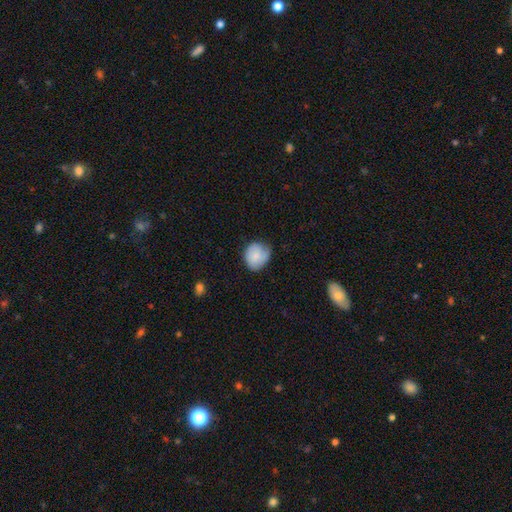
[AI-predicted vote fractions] Smooth or featured?
  - smooth: 79% *
  - featured or disk: 15%
  - star or artifact: 7%
How rounded?
  - round: 72% *
  - in between: 27%
  - cigar-shaped: 1%
Merging?
  - none: 56% *
  - minor disturbance: 34%
  - major disturbance: 8%
  - merger: 2%